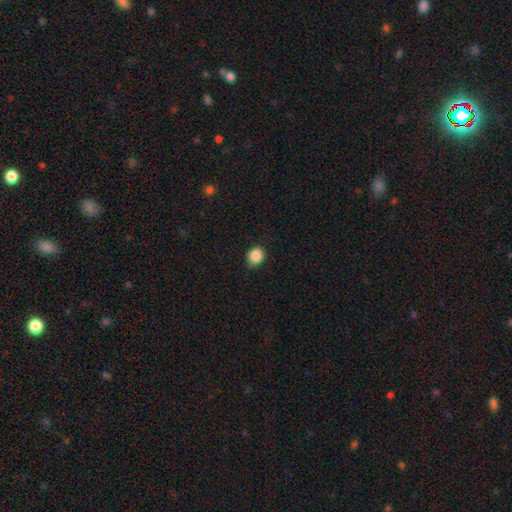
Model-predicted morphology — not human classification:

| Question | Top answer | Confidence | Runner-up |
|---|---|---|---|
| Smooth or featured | smooth | 87% | star or artifact (9%) |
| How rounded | round | 72% | in between (27%) |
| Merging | none | 84% | minor disturbance (13%) |